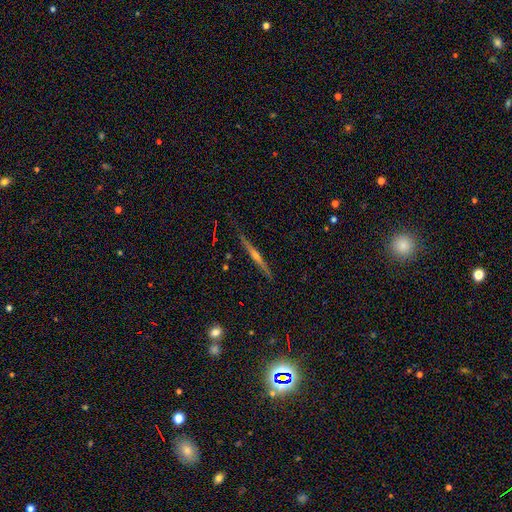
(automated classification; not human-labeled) This appears to be a featured or disk galaxy (78%) viewed edge-on (98%) with a rounded central bulge (82%). Merging: none (87%).